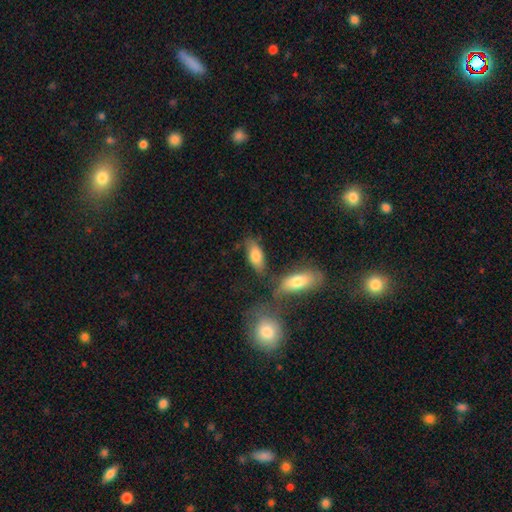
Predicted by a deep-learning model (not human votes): Smooth or featured? Predicted: smooth (p=0.79). How rounded? Predicted: in between (p=0.86). Merging? Predicted: none (p=0.62).